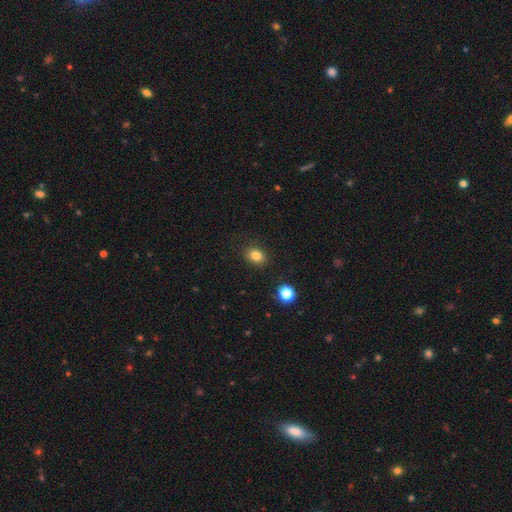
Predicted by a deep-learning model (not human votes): Smooth or featured? Predicted: smooth (p=0.81). How rounded? Predicted: in between (p=0.54). Merging? Predicted: none (p=0.87).